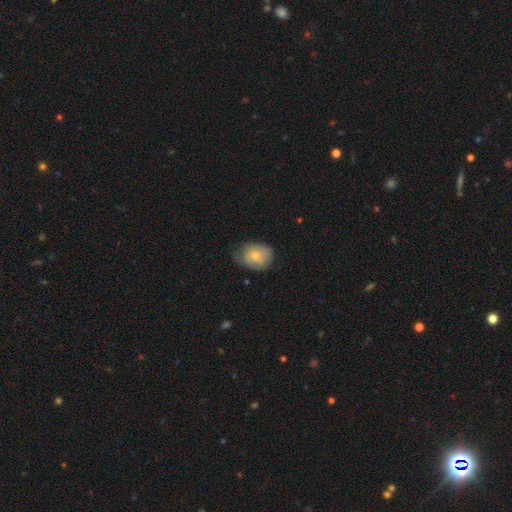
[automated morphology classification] The model was most divided on "how rounded": in between: 53%, round: 46%, cigar-shaped: 1%. Remaining: smooth or featured — smooth (70%); merging — none (49%).